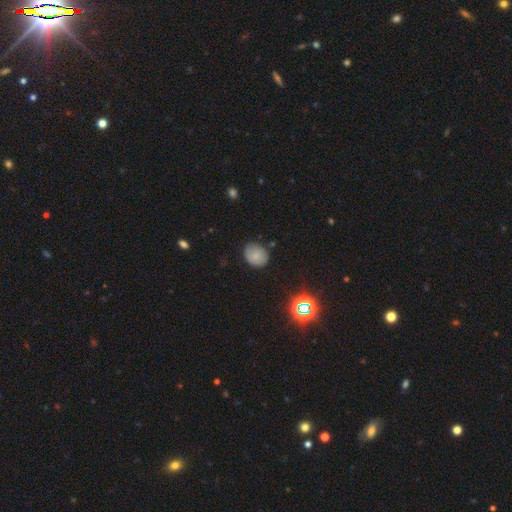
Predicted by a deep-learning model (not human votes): Overall: smooth (76%). How rounded: round (61%; in between 38%). Merging: none (76%).